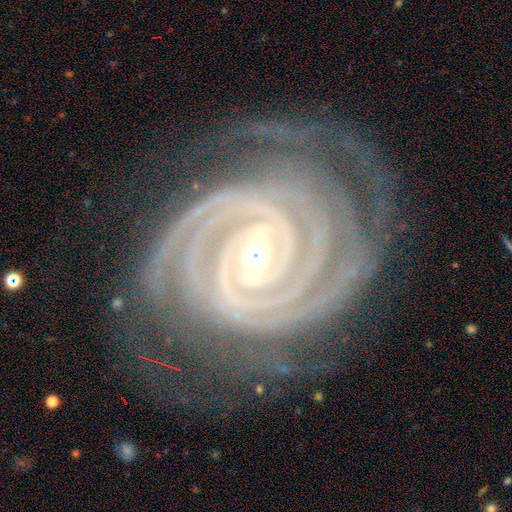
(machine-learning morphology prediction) A featured or disk galaxy (94%) with a strong bar (47%), 2 (25%) tight (91%) spiral arms (99%) and a small central bulge (59%).

Vote fractions:
- Smooth or featured? featured or disk: 94% / star or artifact: 4% / smooth: 2%
- Edge-on disk? no: 98% / yes: 2%
- Bar? strong: 47% / weak: 35% / no: 18%
- Spiral arms? yes: 99% / no: 1%
- Spiral winding? tight: 91% / medium: 8% / loose: 1%
- Spiral arm count? 2: 25% / 4: 23% / 3: 21% / more than 4: 12% / can't tell: 11% / 1: 8%
- Bulge size? small: 59% / moderate: 39% / large: 1% / none: 1% / dominant: 1%
- Merging? none: 78% / minor disturbance: 16% / major disturbance: 5% / merger: 1%